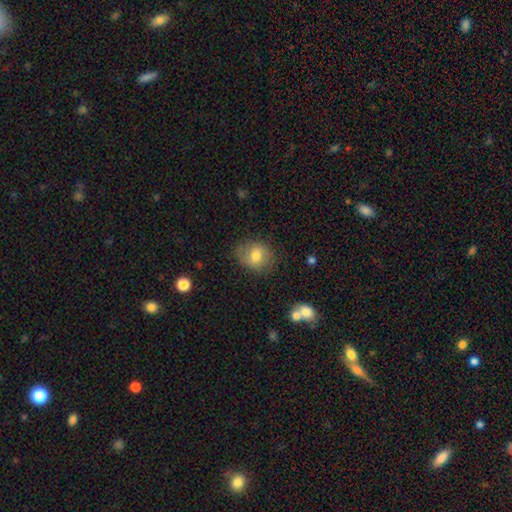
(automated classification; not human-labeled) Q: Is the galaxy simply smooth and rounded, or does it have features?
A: smooth — 67%.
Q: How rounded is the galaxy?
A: round — 60%.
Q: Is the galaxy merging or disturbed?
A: none — 74%.